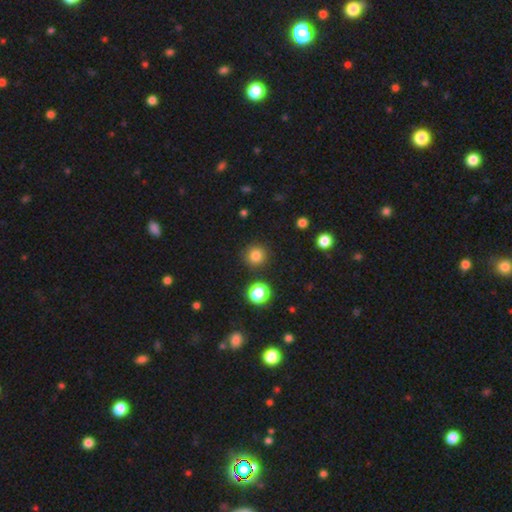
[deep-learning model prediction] smooth-or-featured: smooth: 81% | star or artifact: 14% | featured or disk: 5%
  how-rounded: round: 94% | in between: 5% | cigar-shaped: 1%
  merging: none: 89% | minor disturbance: 6% | major disturbance: 2% | merger: 2%